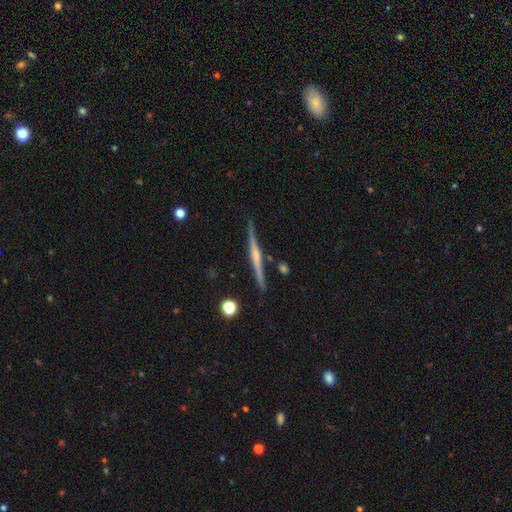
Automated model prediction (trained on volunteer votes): Smooth or featured? Predicted: featured or disk (p=0.74). Edge-on disk? Predicted: yes (p=0.98). Edge-on bulge? Predicted: rounded (p=0.52). Merging? Predicted: none (p=0.87).